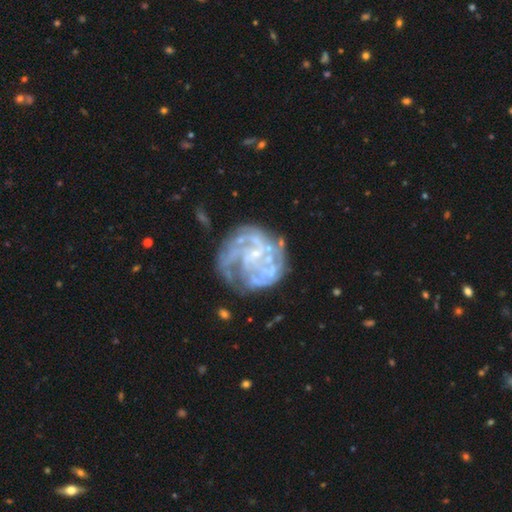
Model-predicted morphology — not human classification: This appears to be a featured or disk galaxy (83%) with no bar (67%), tight (56%) spiral arms (83%) and a small central bulge (65%). Merging: none (58%).